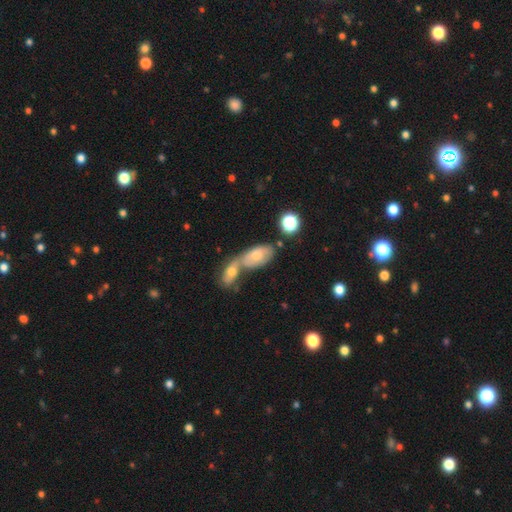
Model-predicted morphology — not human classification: smooth_or_featured: smooth (p=0.58) [alt: featured or disk p=0.33]
how_rounded: in between (p=0.88) [alt: cigar-shaped p=0.06]
merging: merger (p=0.60) [alt: none p=0.25]